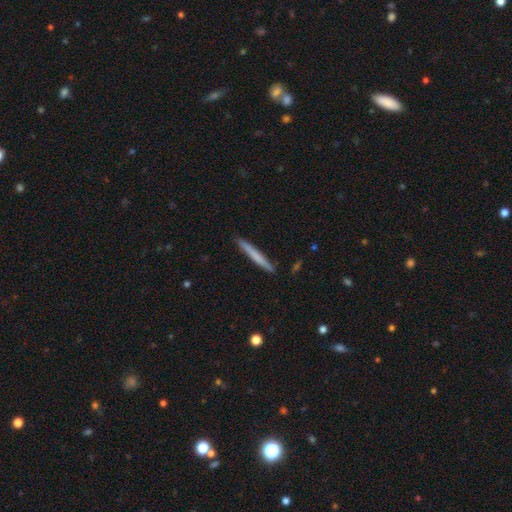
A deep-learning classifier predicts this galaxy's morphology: The model was most divided on "smooth or featured": smooth: 66%, featured or disk: 29%, star or artifact: 5%. More confident: how rounded — cigar-shaped (97%); merging — none (90%).